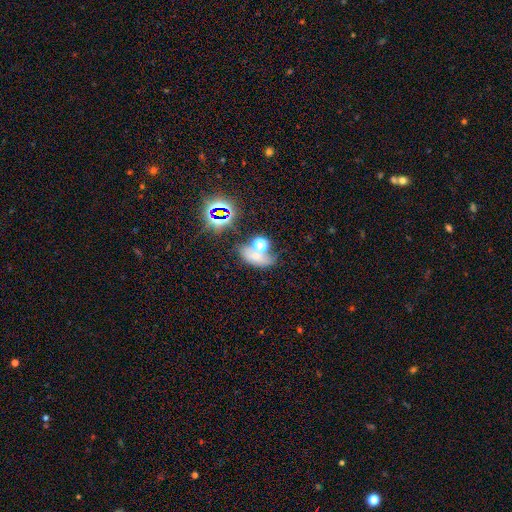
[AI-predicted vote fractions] Smooth or featured?
  - smooth: 51% *
  - star or artifact: 32%
  - featured or disk: 17%
How rounded?
  - in between: 74% *
  - round: 22%
  - cigar-shaped: 5%
Merging?
  - none: 44% *
  - merger: 30%
  - minor disturbance: 15%
  - major disturbance: 11%